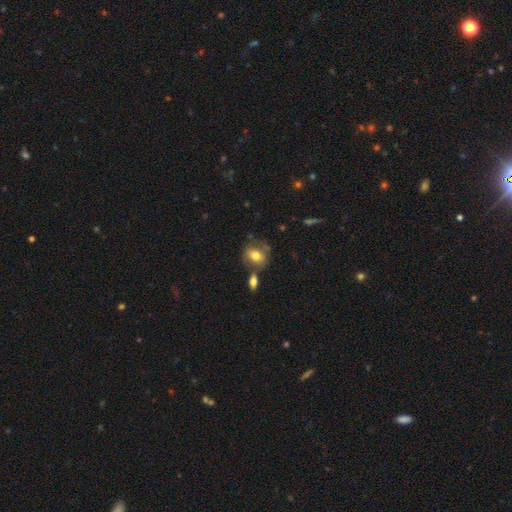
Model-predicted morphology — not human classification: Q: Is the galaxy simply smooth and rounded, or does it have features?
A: smooth — 67%.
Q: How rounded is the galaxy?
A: in between — 53%.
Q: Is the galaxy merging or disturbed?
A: none — 54%.